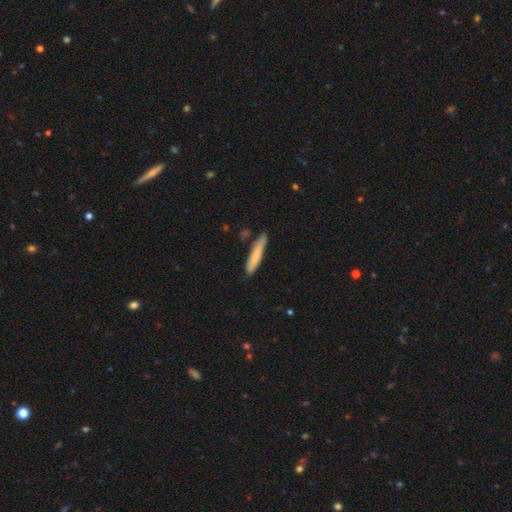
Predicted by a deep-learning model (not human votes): Smooth or featured? Predicted: smooth (p=0.79). How rounded? Predicted: cigar-shaped (p=0.91). Merging? Predicted: none (p=0.79).